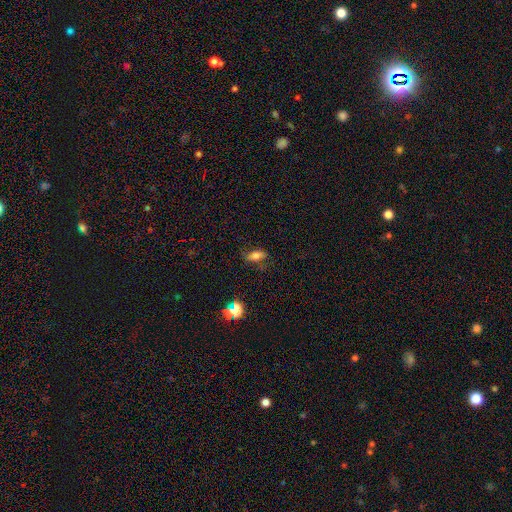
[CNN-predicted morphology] smooth_or_featured: smooth (p=0.54) [alt: featured or disk p=0.32]
how_rounded: in between (p=0.74) [alt: cigar-shaped p=0.17]
merging: none (p=0.63) [alt: minor disturbance p=0.23]